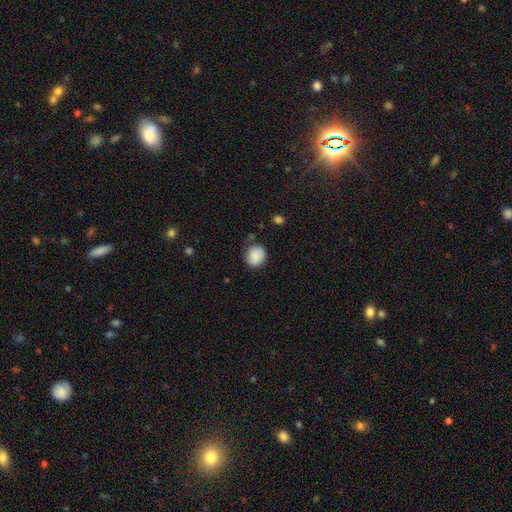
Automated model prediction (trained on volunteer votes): smooth_or_featured: smooth (p=0.86) [alt: star or artifact p=0.08]
how_rounded: round (p=0.81) [alt: in between p=0.18]
merging: none (p=0.75) [alt: minor disturbance p=0.18]